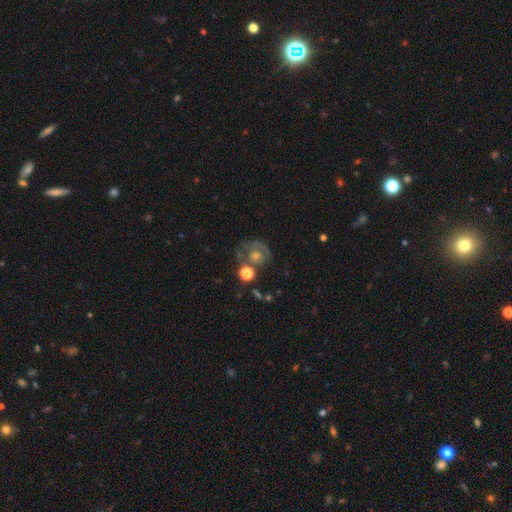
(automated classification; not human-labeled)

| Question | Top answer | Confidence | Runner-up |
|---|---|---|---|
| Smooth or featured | featured or disk | 50% | smooth (32%) |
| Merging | none | 52% | minor disturbance (17%) |